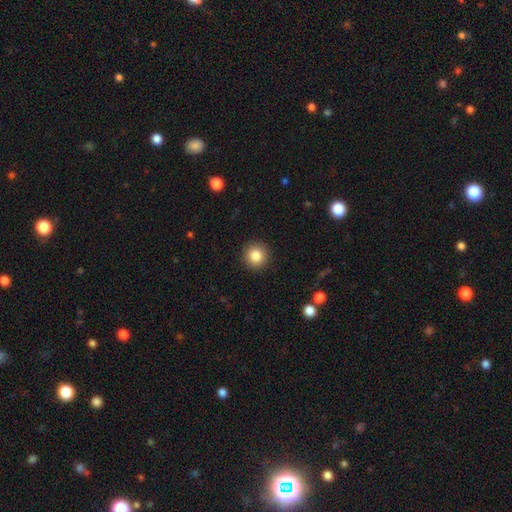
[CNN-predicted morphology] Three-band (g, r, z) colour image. It shows a smooth galaxy with no disk features (83%) that is round (95%). Merging: none (92%).